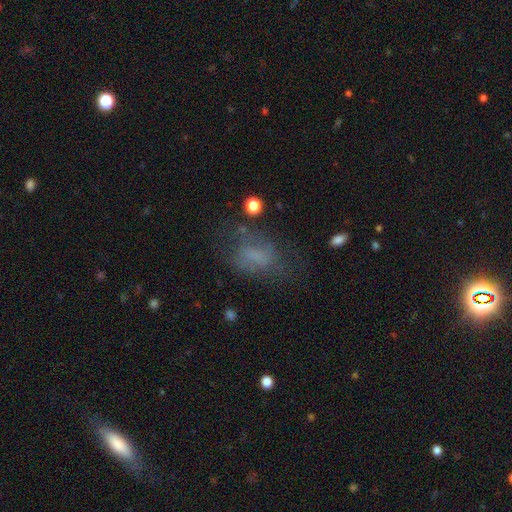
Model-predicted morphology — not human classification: smooth-or-featured: smooth: 55% | featured or disk: 28% | star or artifact: 18%
  how-rounded: in between: 79% | round: 18% | cigar-shaped: 3%
  merging: none: 47% | major disturbance: 26% | minor disturbance: 23% | merger: 4%